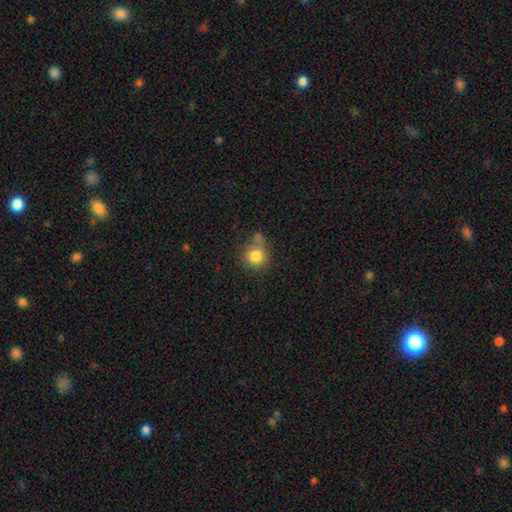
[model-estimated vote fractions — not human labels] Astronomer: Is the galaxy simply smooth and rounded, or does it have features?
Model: smooth — 83%.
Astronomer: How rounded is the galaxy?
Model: round — 90%.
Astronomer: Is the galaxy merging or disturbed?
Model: none — 57%.